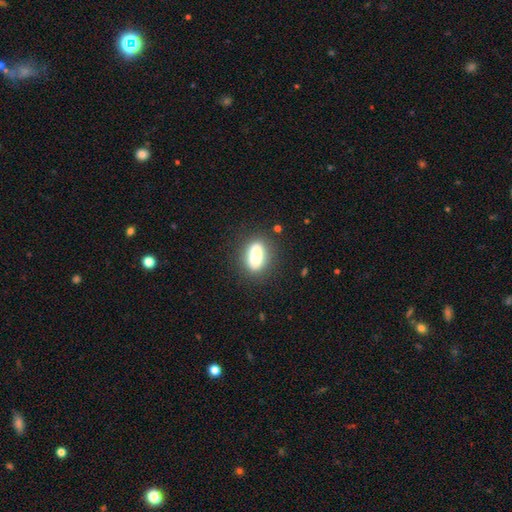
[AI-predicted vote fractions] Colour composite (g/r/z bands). It shows a smooth galaxy with no disk features (74%) that is in between round and cigar-shaped (80%). Merging: none (78%).